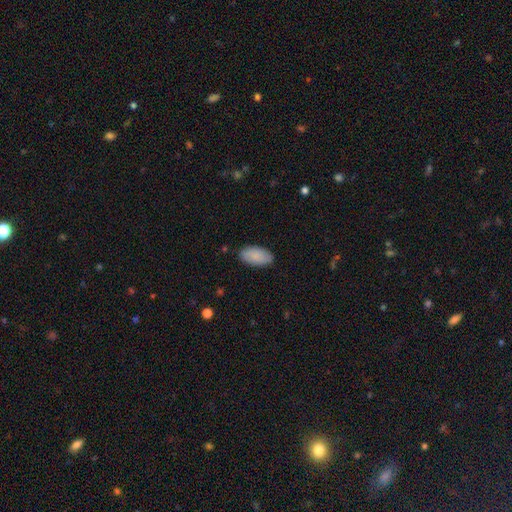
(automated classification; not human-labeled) Smooth or featured?
  - smooth: 87% *
  - featured or disk: 7%
  - star or artifact: 6%
How rounded?
  - in between: 94% *
  - cigar-shaped: 3%
  - round: 2%
Merging?
  - none: 87% *
  - minor disturbance: 10%
  - major disturbance: 2%
  - merger: 1%